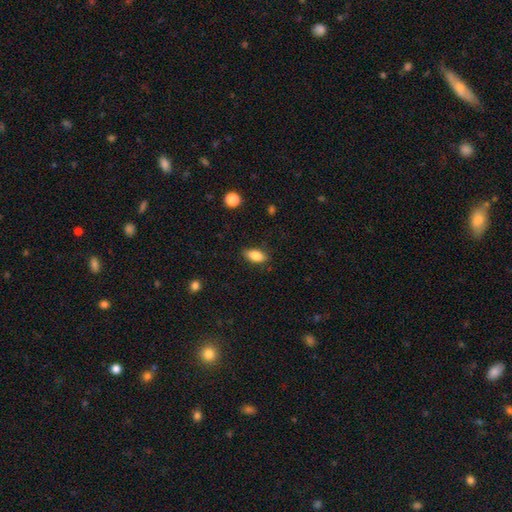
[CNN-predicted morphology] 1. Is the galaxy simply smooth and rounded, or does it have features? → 81% smooth, 11% featured or disk, 8% star or artifact.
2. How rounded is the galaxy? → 84% in between, 12% cigar-shaped, 4% round.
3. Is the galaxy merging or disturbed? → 84% none, 12% minor disturbance, 3% major disturbance, 1% merger.